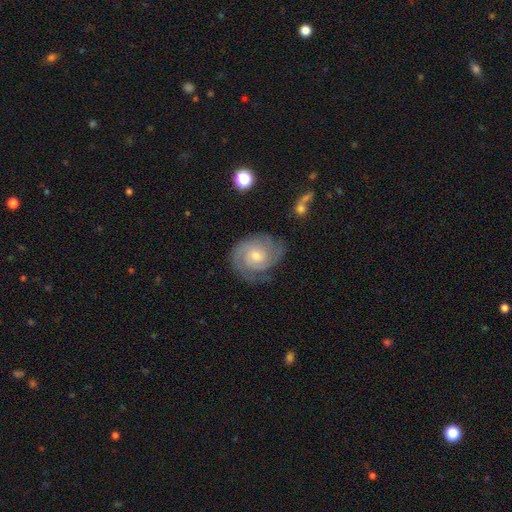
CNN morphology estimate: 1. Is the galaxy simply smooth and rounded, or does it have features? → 85% featured or disk, 10% smooth, 5% star or artifact.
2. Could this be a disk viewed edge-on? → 98% no, 2% yes.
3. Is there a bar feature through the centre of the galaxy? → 67% no, 28% weak, 4% strong.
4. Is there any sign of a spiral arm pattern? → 96% yes, 4% no.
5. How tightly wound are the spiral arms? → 67% tight, 27% medium, 6% loose.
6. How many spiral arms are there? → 43% 2, 23% 3, 19% can't tell, 6% 1, 5% 4, 4% more than 4.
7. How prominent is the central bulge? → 48% small, 47% moderate, 2% large, 1% none, 1% dominant.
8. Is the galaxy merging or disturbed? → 74% none, 17% minor disturbance, 7% major disturbance, 2% merger.